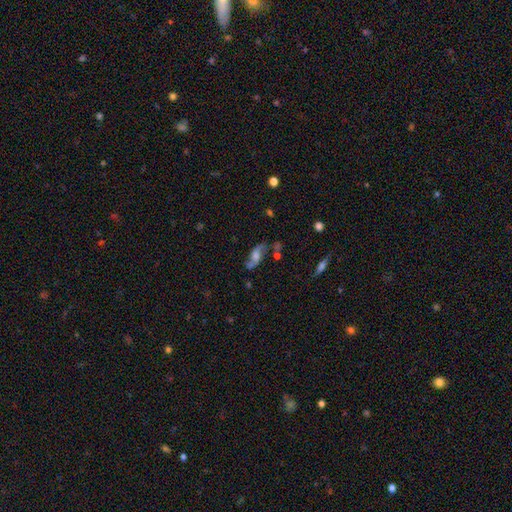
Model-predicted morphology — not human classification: Smooth or featured? Predicted: featured or disk (p=0.74). Edge-on disk? Predicted: no (p=0.88). Bar? Predicted: no (p=0.57). Spiral arms? Predicted: yes (p=0.92). Spiral winding? Predicted: loose (p=0.69). Spiral arm count? Predicted: 2 (p=0.91). Bulge size? Predicted: moderate (p=0.47). Merging? Predicted: none (p=0.69).